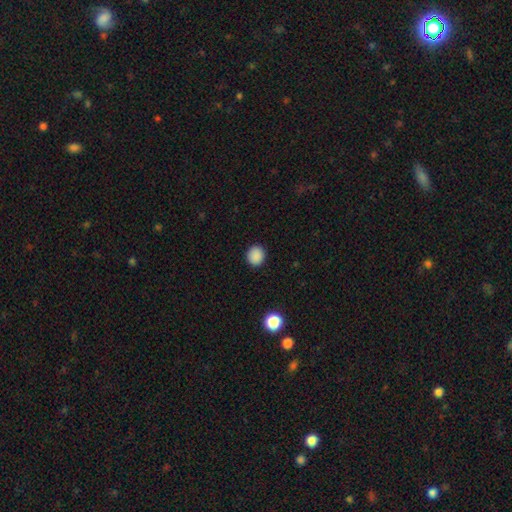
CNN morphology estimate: Overall: smooth (88%). How rounded: round (82%). Merging: none (91%).